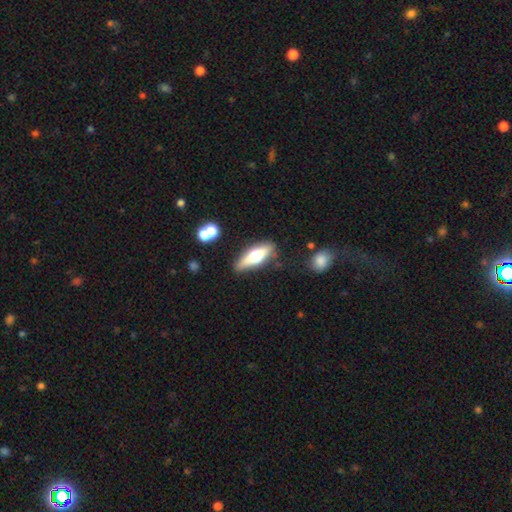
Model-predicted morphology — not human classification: type=smooth (51%); roundness=in between (49%); merging=none (79%).